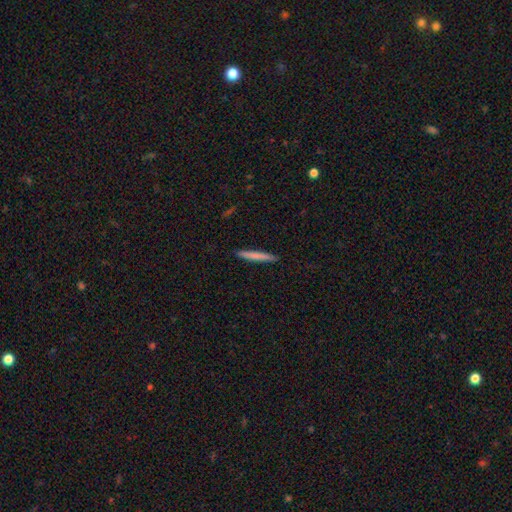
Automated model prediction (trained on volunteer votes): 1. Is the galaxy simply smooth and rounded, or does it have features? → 73% smooth, 21% featured or disk, 6% star or artifact.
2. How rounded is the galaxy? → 96% cigar-shaped, 3% in between, 1% round.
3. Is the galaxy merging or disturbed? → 91% none, 6% minor disturbance, 1% major disturbance, 1% merger.